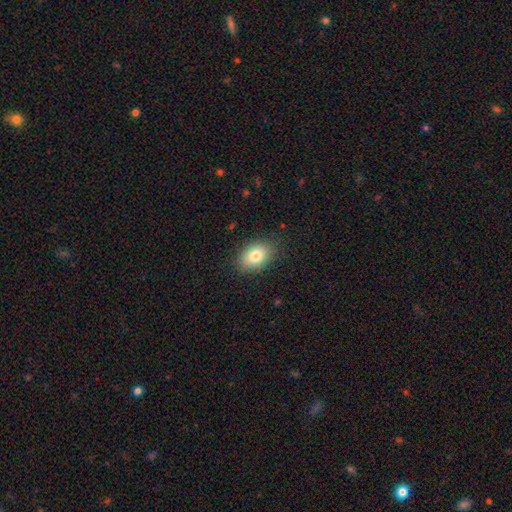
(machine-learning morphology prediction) Q: Smooth or featured?
A: smooth (81%); runner-up: featured or disk (10%)
Q: How rounded?
A: in between (82%); runner-up: round (17%)
Q: Merging?
A: none (85%); runner-up: minor disturbance (11%)